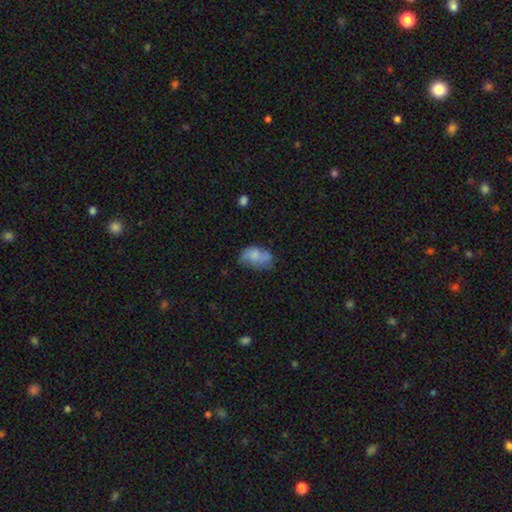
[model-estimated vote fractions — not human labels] Smooth or featured: smooth — 62% (featured or disk — 29%)
How rounded: in between — 88% (round — 10%)
Merging: none — 39% (minor disturbance — 32%)